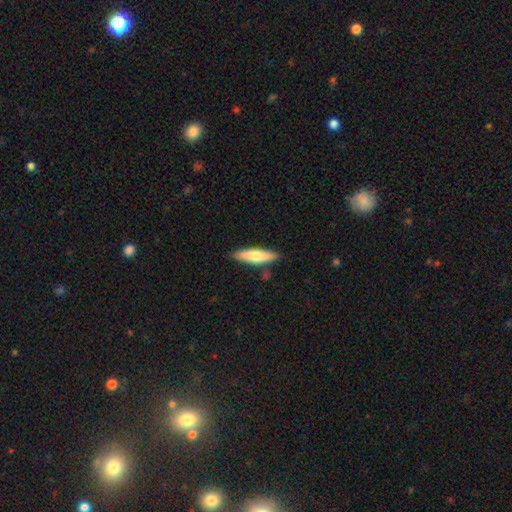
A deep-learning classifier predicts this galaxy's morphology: Q: Smooth or featured?
A: smooth (67%); runner-up: featured or disk (28%)
Q: How rounded?
A: cigar-shaped (66%); runner-up: in between (32%)
Q: Merging?
A: none (84%); runner-up: minor disturbance (11%)